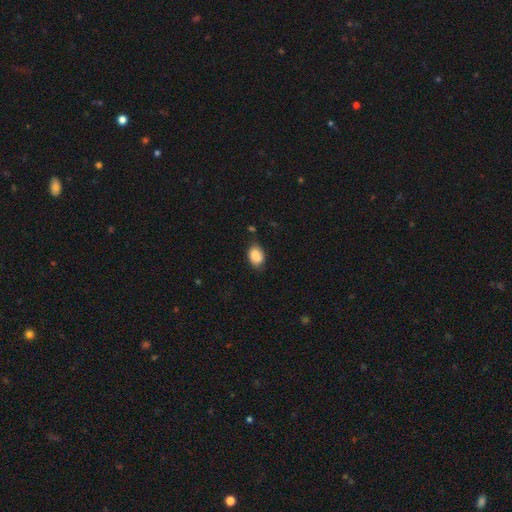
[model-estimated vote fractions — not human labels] This appears to be a smooth galaxy with no disk features (88%) that is in between round and cigar-shaped (80%). Merging: none (72%).